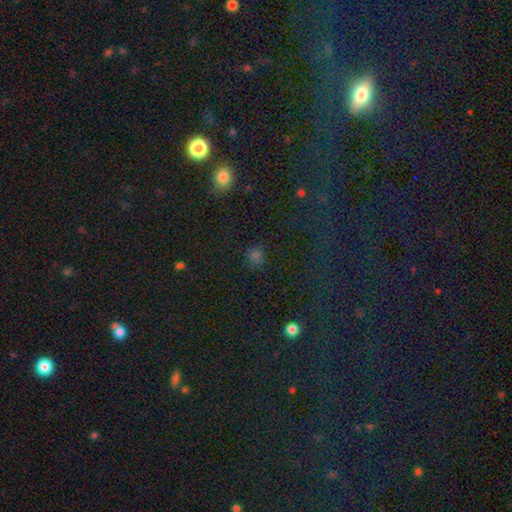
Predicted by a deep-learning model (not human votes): Overall: smooth (69%). How rounded: round (83%). Merging: none (82%).